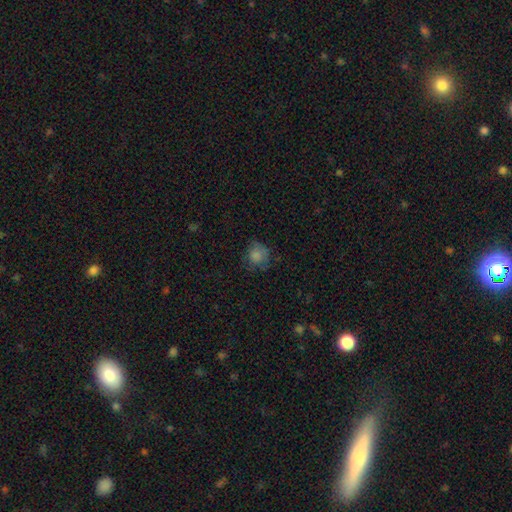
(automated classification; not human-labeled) smooth_or_featured: smooth (p=0.72) [alt: star or artifact p=0.15]
how_rounded: round (p=0.80) [alt: in between p=0.19]
merging: none (p=0.64) [alt: minor disturbance p=0.23]